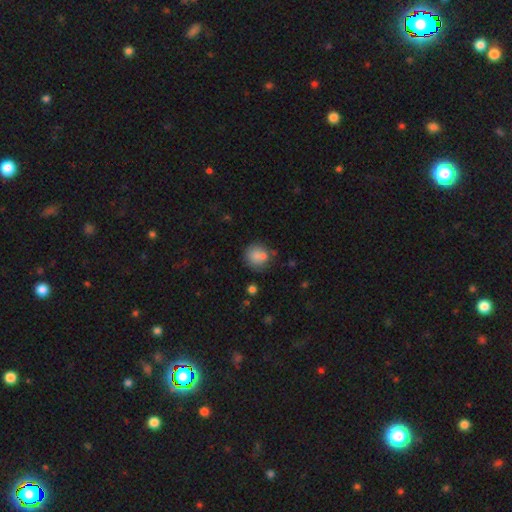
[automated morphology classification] This is clearly a smooth galaxy (80%). How rounded: clearly round (82%). Merging: likely none (64%).